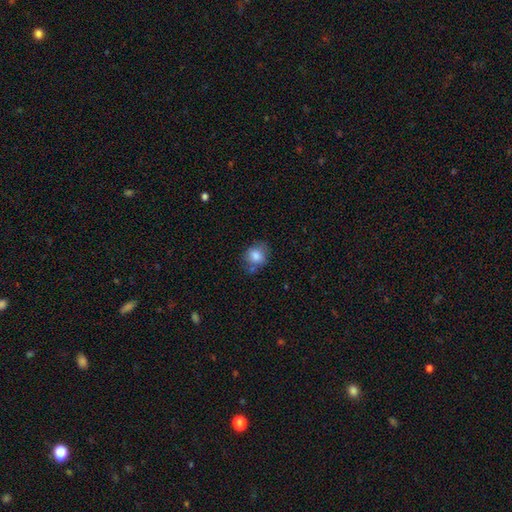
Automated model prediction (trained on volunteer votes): Smooth or featured? Predicted: smooth (p=0.80). How rounded? Predicted: round (p=0.62). Merging? Predicted: none (p=0.63).